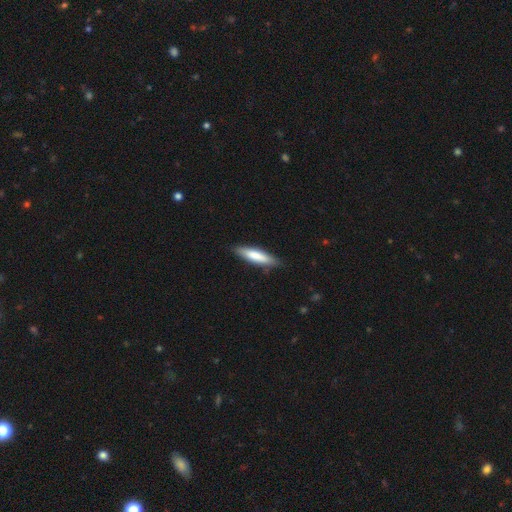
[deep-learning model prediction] Morphology: type=smooth (75%); roundness=cigar-shaped (71%); merging=none (84%).